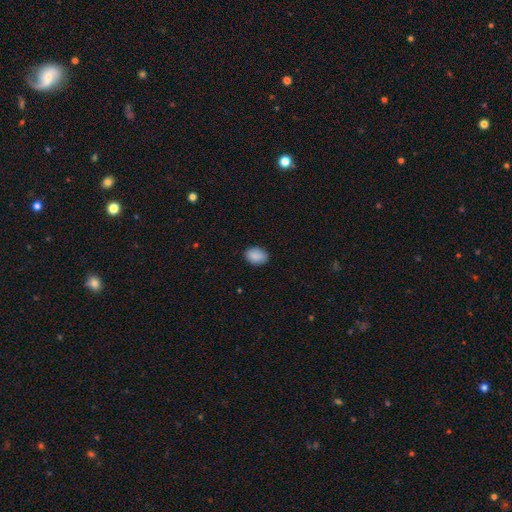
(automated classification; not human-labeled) Smooth or featured? Predicted: smooth (p=0.89). How rounded? Predicted: in between (p=0.75). Merging? Predicted: none (p=0.82).